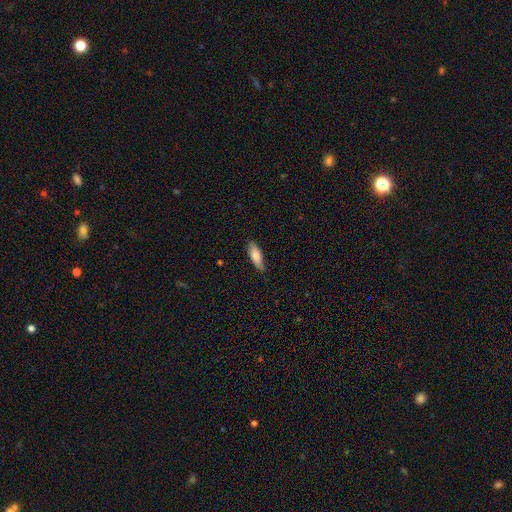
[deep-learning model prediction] This appears to be a smooth galaxy with no disk features (77%) that is in between round and cigar-shaped (63%). Merging: none (77%).